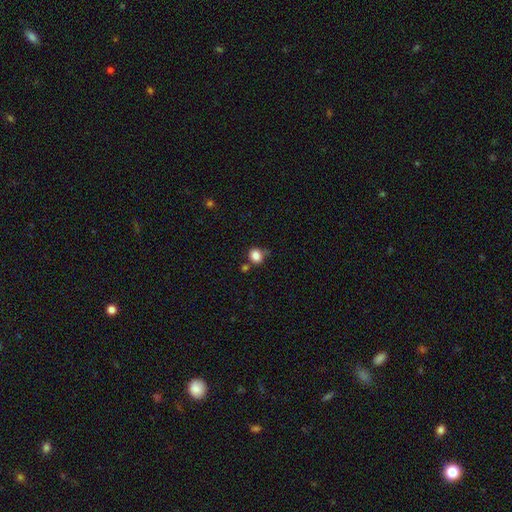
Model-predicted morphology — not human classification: Smooth or featured? Predicted: smooth (p=0.85). How rounded? Predicted: round (p=0.75). Merging? Predicted: none (p=0.69).